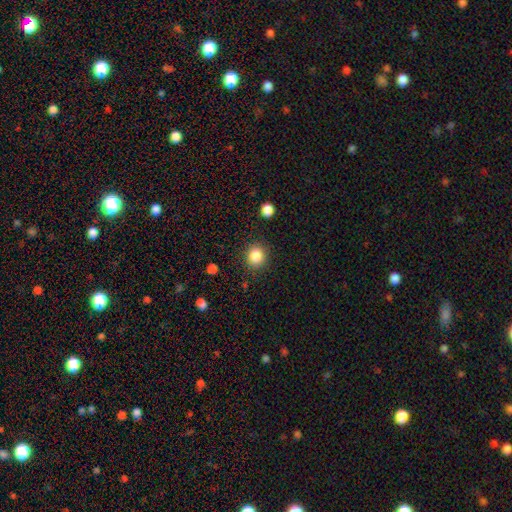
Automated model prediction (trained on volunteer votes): A smooth galaxy with no disk features (86%) that is round (83%).

Vote fractions:
- Smooth or featured? smooth: 86% / star or artifact: 10% / featured or disk: 4%
- How rounded? round: 83% / in between: 16% / cigar-shaped: 1%
- Merging? none: 87% / minor disturbance: 8% / major disturbance: 3% / merger: 2%